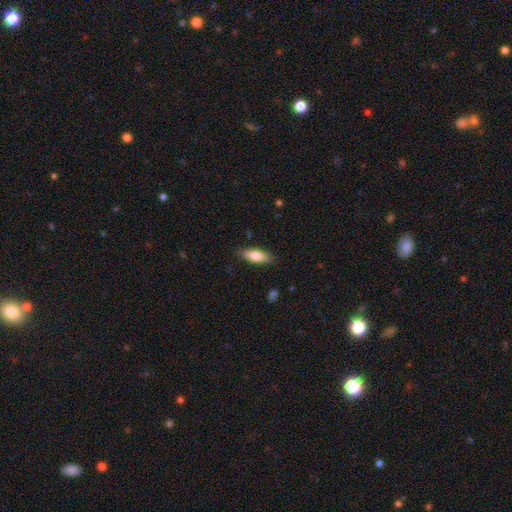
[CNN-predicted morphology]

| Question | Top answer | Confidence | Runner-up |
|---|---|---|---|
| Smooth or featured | smooth | 72% | featured or disk (22%) |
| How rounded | in between | 66% | cigar-shaped (31%) |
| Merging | none | 86% | minor disturbance (11%) |